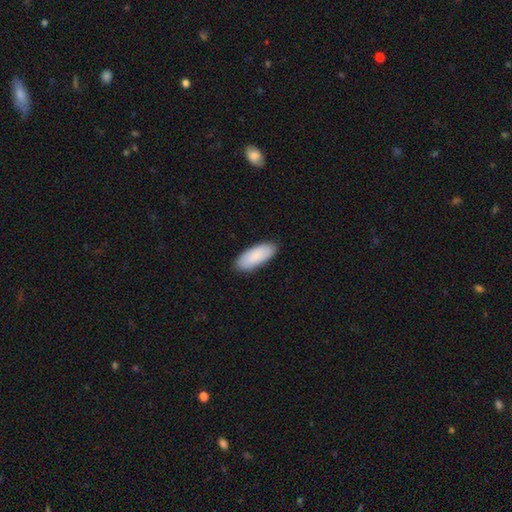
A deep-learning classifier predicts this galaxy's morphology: This is clearly a smooth galaxy (89%). How rounded: clearly in between (83%). Merging: clearly none (88%).